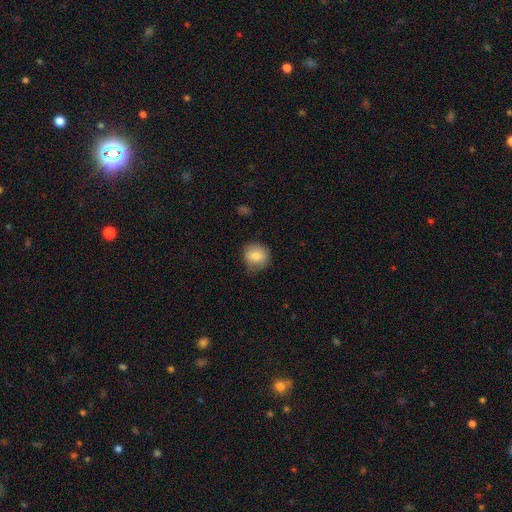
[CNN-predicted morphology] smooth_or_featured: smooth (p=0.81) [alt: featured or disk p=0.10]
how_rounded: round (p=0.84) [alt: in between p=0.15]
merging: none (p=0.70) [alt: minor disturbance p=0.24]